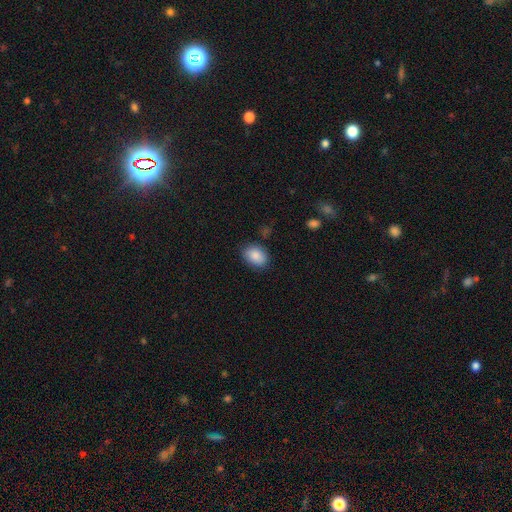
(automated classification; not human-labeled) This appears to be a smooth galaxy with no disk features (87%) that is in between round and cigar-shaped (74%). Merging: none (83%).